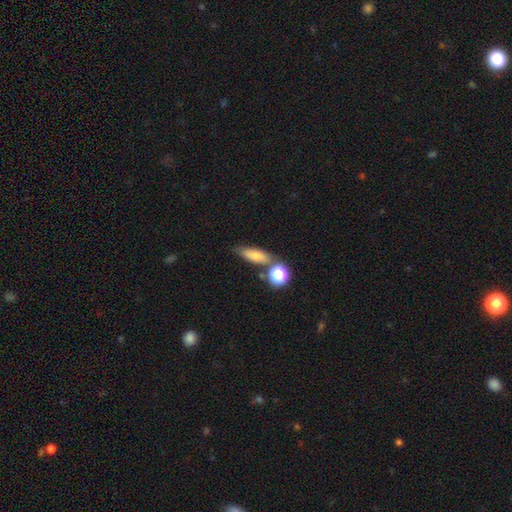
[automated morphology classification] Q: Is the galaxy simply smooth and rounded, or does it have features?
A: smooth — 74%.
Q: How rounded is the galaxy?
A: in between — 60%.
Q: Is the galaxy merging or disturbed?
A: none — 63%.